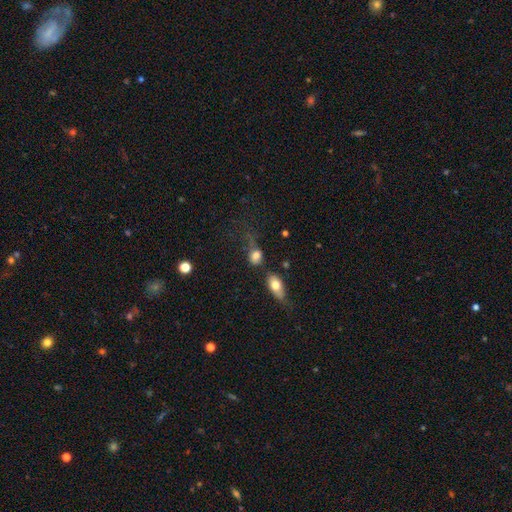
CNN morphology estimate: Overall: smooth (78%). How rounded: in between (58%; round 39%). Merging: none (34%; major disturbance 26%).